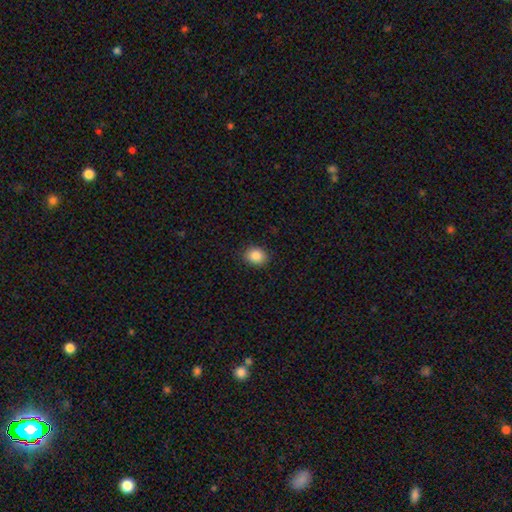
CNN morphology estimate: A smooth galaxy with no disk features (87%) that is round (61%).

Vote fractions:
- Smooth or featured? smooth: 87% / star or artifact: 9% / featured or disk: 4%
- How rounded? round: 61% / in between: 38% / cigar-shaped: 1%
- Merging? none: 89% / minor disturbance: 8% / major disturbance: 2% / merger: 1%